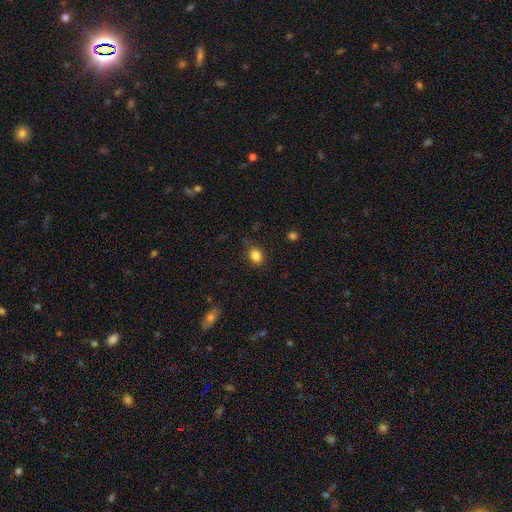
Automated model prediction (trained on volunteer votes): This appears to be a smooth galaxy with no disk features (84%) that is round (59%). Merging: none (79%).